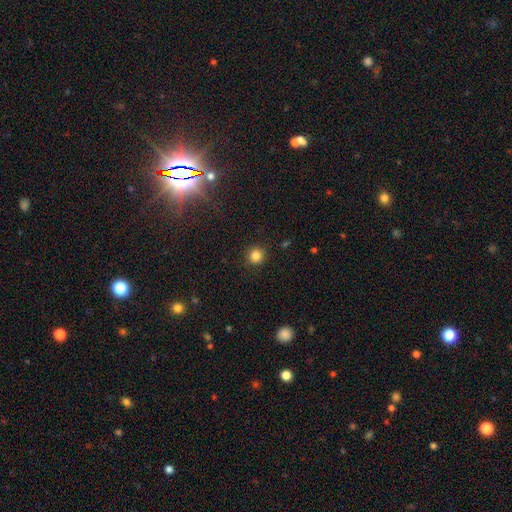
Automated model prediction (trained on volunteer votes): Smooth or featured? Predicted: smooth (p=0.84). How rounded? Predicted: round (p=0.91). Merging? Predicted: none (p=0.90).